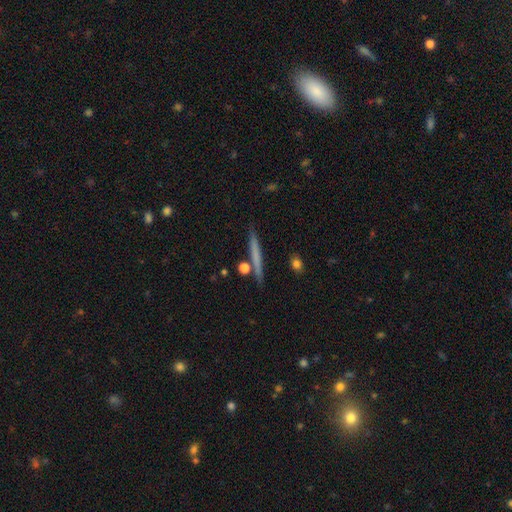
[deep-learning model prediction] Smooth or featured: smooth — 58% (featured or disk — 36%)
How rounded: cigar-shaped — 94% (in between — 3%)
Merging: none — 85% (minor disturbance — 8%)